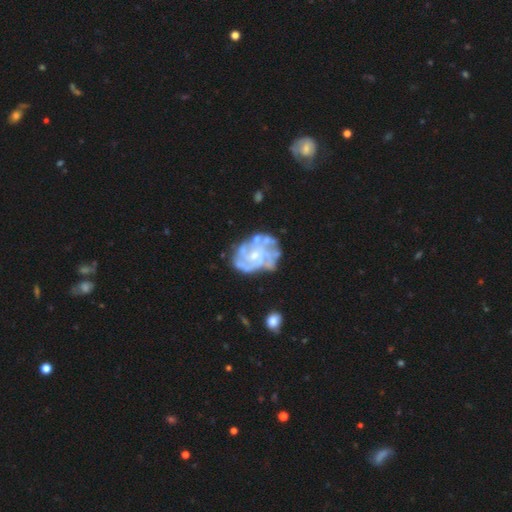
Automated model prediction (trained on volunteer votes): Smooth or featured: featured or disk — 84% (smooth — 10%)
Edge-on disk: no — 98% (yes — 2%)
Bar: no — 74% (weak — 22%)
Spiral arms: yes — 82% (no — 18%)
Spiral winding: tight — 55% (medium — 34%)
Spiral arm count: can't tell — 43% (3 — 16%)
Bulge size: small — 56% (moderate — 36%)
Merging: none — 57% (minor disturbance — 22%)